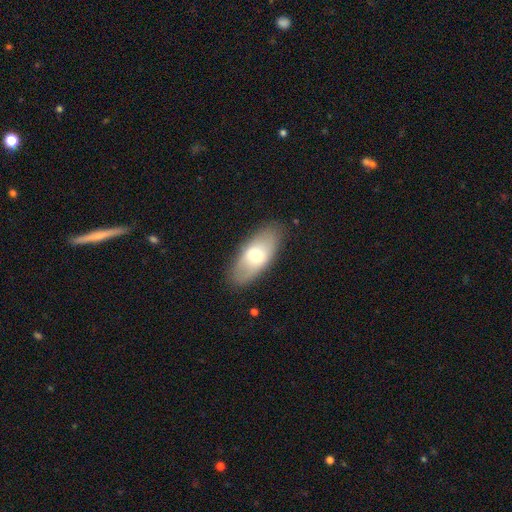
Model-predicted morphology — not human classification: A smooth galaxy with no disk features (61%) that is in between round and cigar-shaped (87%). Merging: none (84%).